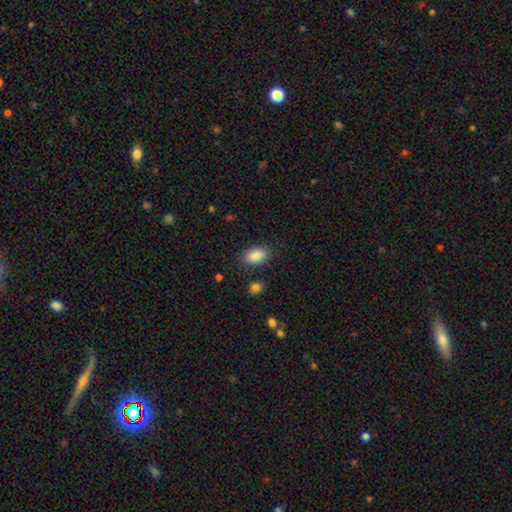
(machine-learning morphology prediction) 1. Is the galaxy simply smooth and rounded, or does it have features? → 89% smooth, 8% star or artifact, 4% featured or disk.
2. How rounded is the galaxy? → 90% in between, 8% round, 2% cigar-shaped.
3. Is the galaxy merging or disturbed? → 84% none, 11% minor disturbance, 3% major disturbance, 2% merger.